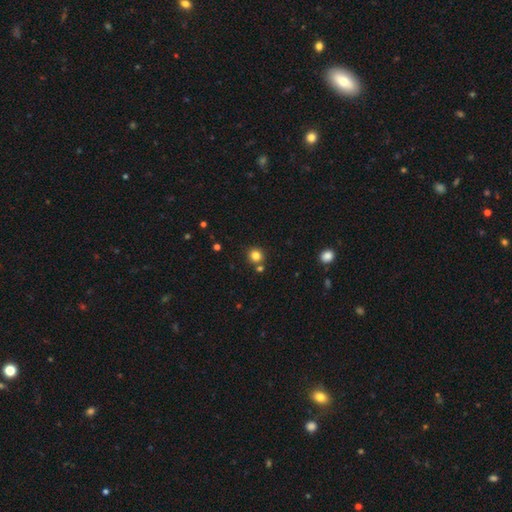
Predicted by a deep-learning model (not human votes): Smooth or featured? Predicted: smooth (p=0.81). How rounded? Predicted: round (p=0.91). Merging? Predicted: none (p=0.79).